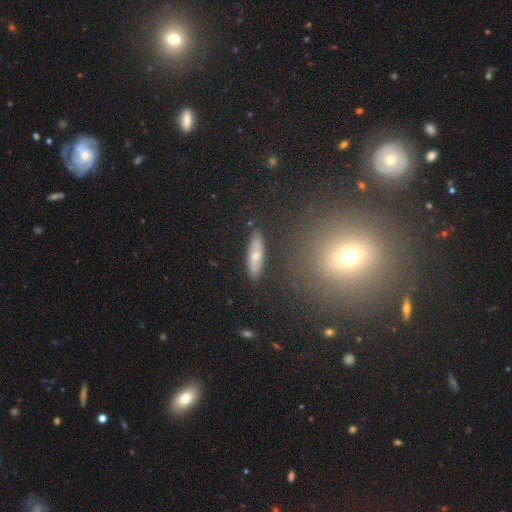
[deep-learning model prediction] The model was most divided on "how rounded": cigar-shaped: 50%, in between: 47%, round: 3%. More confident: merging — none (85%); smooth or featured — smooth (58%).